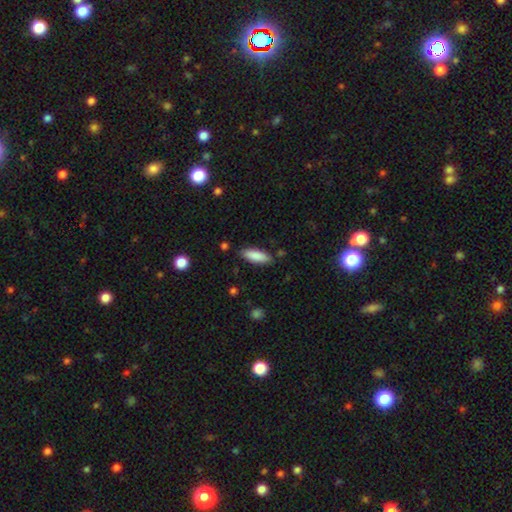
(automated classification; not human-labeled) The model was most divided on "how rounded": in between: 62%, cigar-shaped: 37%, round: 1%. More confident: smooth or featured — smooth (86%); merging — none (85%).